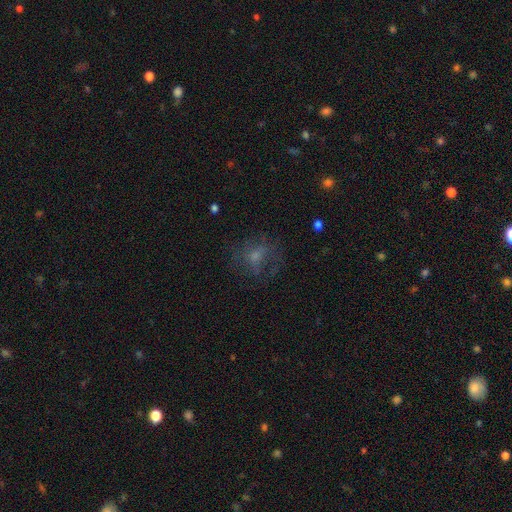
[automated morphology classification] A smooth galaxy with no disk features (47%). Merging: none (56%).